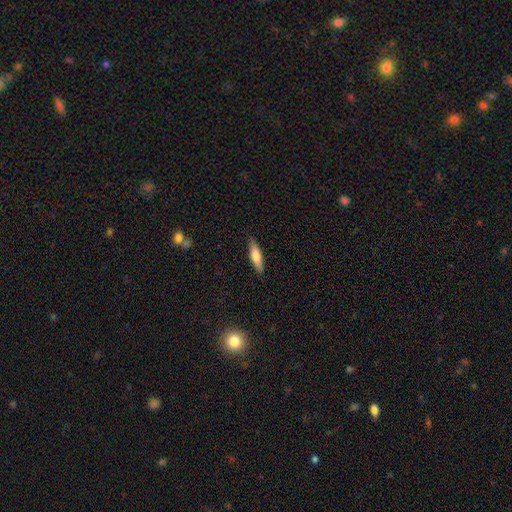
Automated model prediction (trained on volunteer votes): This is likely a smooth galaxy (65%). How rounded: likely cigar-shaped (69%). Merging: clearly none (87%).